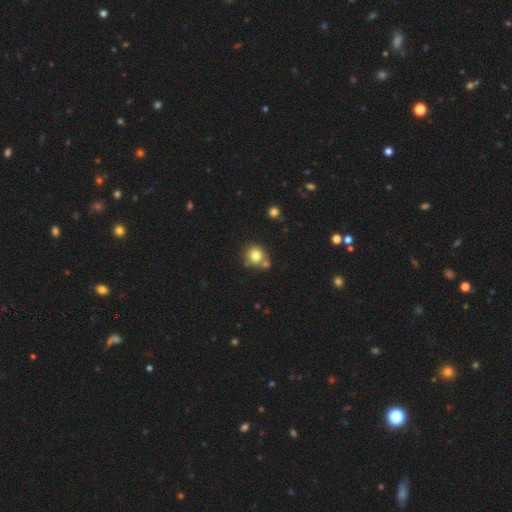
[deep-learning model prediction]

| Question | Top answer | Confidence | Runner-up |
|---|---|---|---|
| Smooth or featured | smooth | 80% | star or artifact (11%) |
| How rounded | round | 85% | in between (14%) |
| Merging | none | 61% | merger (23%) |